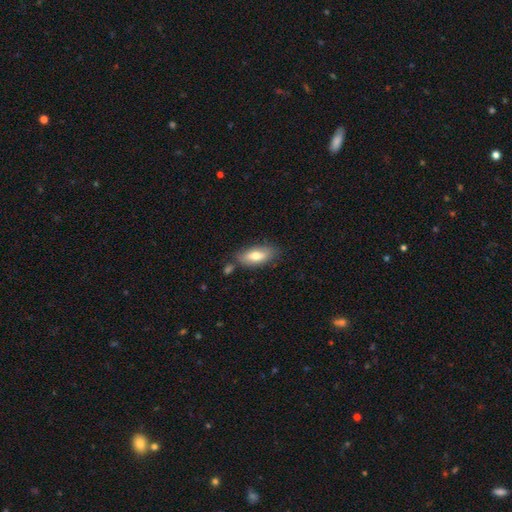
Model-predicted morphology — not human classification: This appears to be a smooth galaxy with no disk features (71%) that is in between round and cigar-shaped (84%). Merging: none (74%).